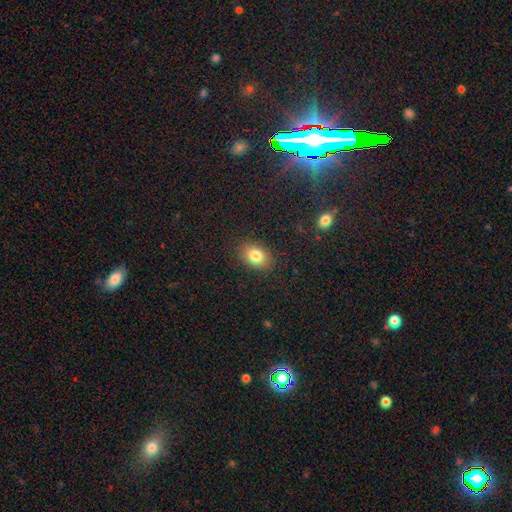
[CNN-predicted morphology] A smooth galaxy with no disk features (82%) that is in between round and cigar-shaped (76%).

Vote fractions:
- Smooth or featured? smooth: 82% / star or artifact: 10% / featured or disk: 8%
- How rounded? in between: 76% / round: 23% / cigar-shaped: 1%
- Merging? none: 87% / minor disturbance: 9% / major disturbance: 3% / merger: 1%